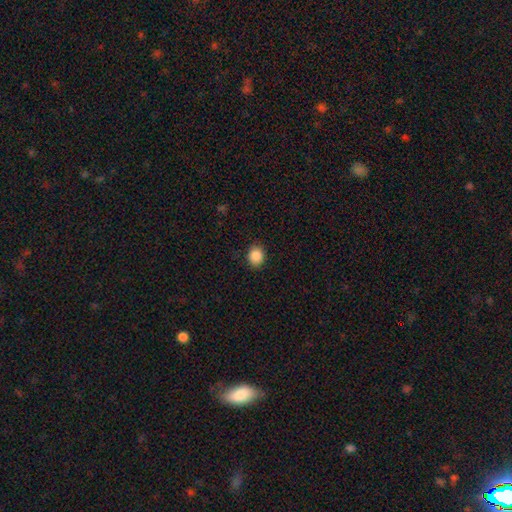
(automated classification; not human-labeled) This is clearly a smooth galaxy (88%). How rounded: possibly round (57%). Merging: clearly none (88%).